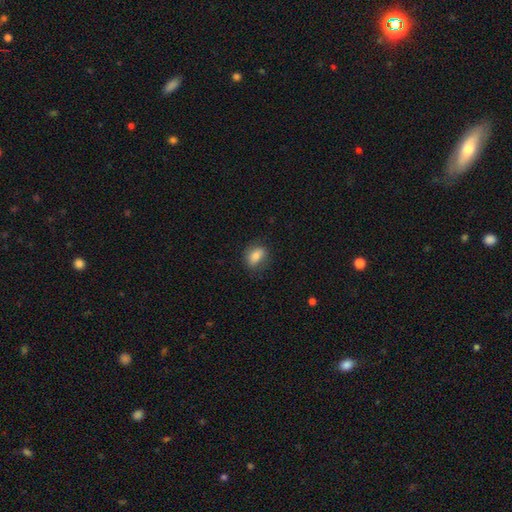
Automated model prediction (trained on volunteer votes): A smooth galaxy with no disk features (79%) that is in between round and cigar-shaped (76%).

Vote fractions:
- Smooth or featured? smooth: 79% / featured or disk: 12% / star or artifact: 8%
- How rounded? in between: 76% / round: 22% / cigar-shaped: 2%
- Merging? none: 76% / minor disturbance: 18% / major disturbance: 5% / merger: 1%